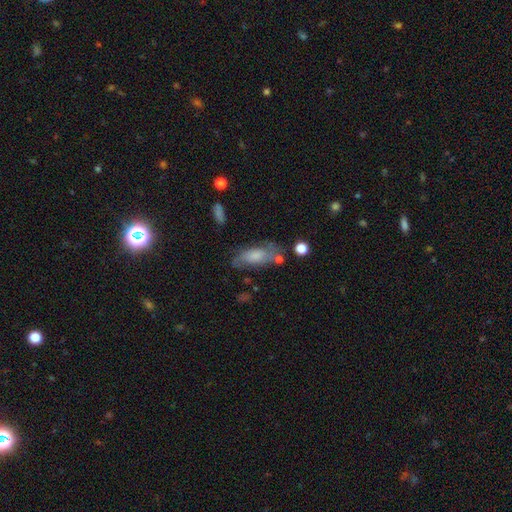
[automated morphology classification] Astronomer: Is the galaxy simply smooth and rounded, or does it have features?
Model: smooth — 59%.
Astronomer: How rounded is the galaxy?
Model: in between — 77%.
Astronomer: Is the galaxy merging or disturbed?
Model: none — 55%.